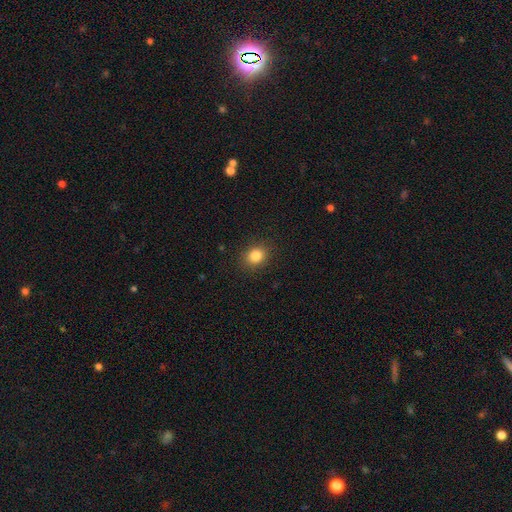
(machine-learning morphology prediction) Smooth or featured? smooth (84%)
How rounded? round (65%)
Merging? none (89%)